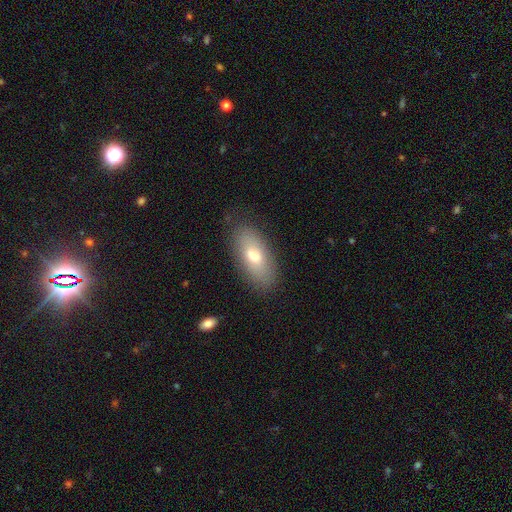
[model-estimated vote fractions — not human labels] The model was most divided on "smooth or featured": smooth: 71%, featured or disk: 21%, star or artifact: 8%. More confident: how rounded — in between (86%); merging — none (83%).